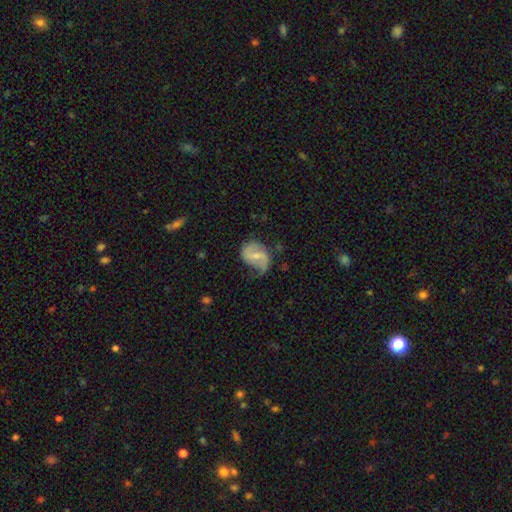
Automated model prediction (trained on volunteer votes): Morphology: type=featured or disk (67%); edge-on=no (97%); bar=weak (52%); spiral arms=yes (87%); winding=loose (45%); arm count=2 (75%); bulge=small (52%); merging=none (46%).